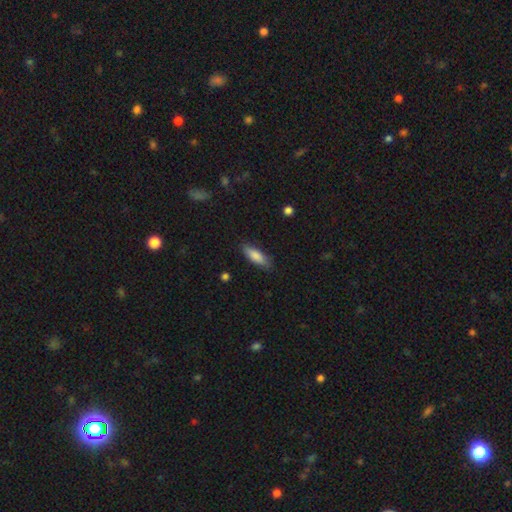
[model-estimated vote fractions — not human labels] Morphology: type=smooth (82%); roundness=in between (58%); merging=none (82%).